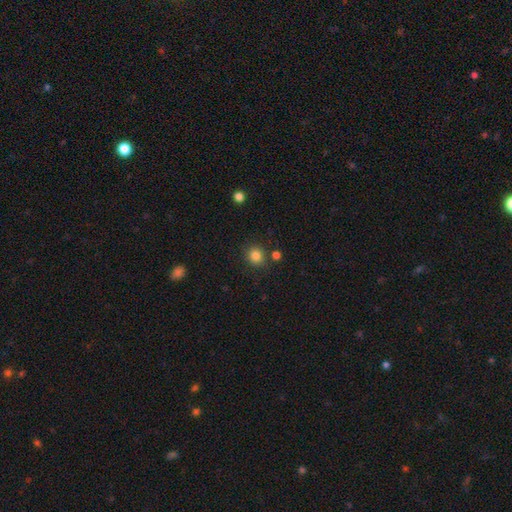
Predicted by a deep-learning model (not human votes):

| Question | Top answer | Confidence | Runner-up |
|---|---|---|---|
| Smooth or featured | smooth | 83% | star or artifact (12%) |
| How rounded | round | 86% | in between (13%) |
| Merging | none | 84% | minor disturbance (8%) |